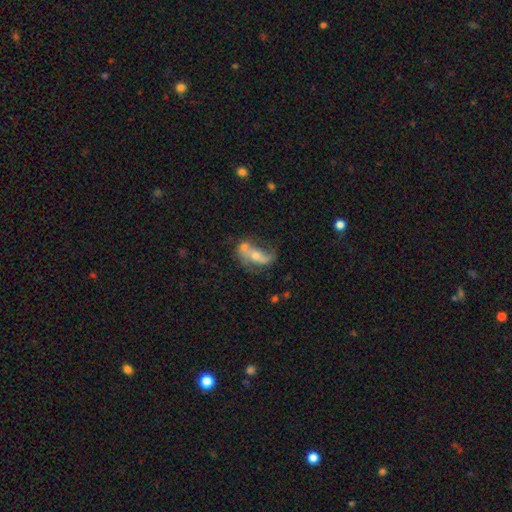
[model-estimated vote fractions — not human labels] Smooth or featured? featured or disk (55%)
Edge-on disk? no (90%)
Merging? merger (36%)